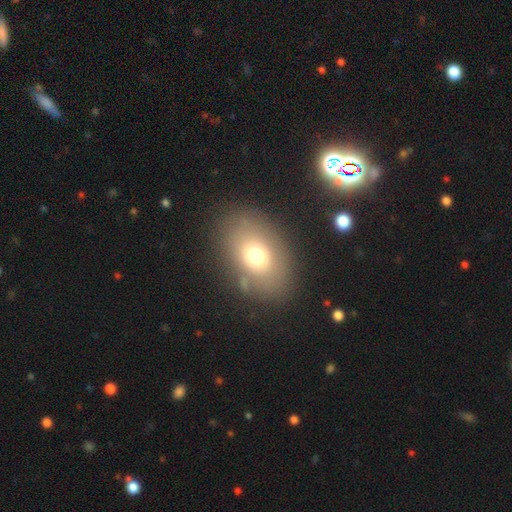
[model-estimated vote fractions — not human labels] smooth-or-featured: smooth: 68% | featured or disk: 19% | star or artifact: 13%
  how-rounded: in between: 76% | round: 22% | cigar-shaped: 1%
  merging: none: 77% | minor disturbance: 13% | major disturbance: 7% | merger: 3%